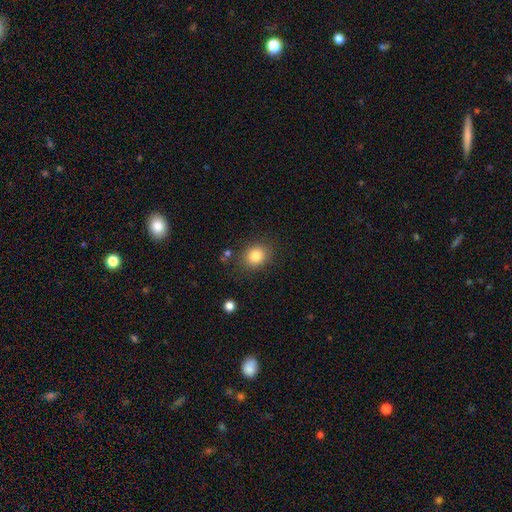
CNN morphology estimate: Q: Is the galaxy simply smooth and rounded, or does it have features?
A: smooth — 83%.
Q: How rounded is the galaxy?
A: round — 62%.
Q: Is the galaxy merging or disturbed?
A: none — 83%.